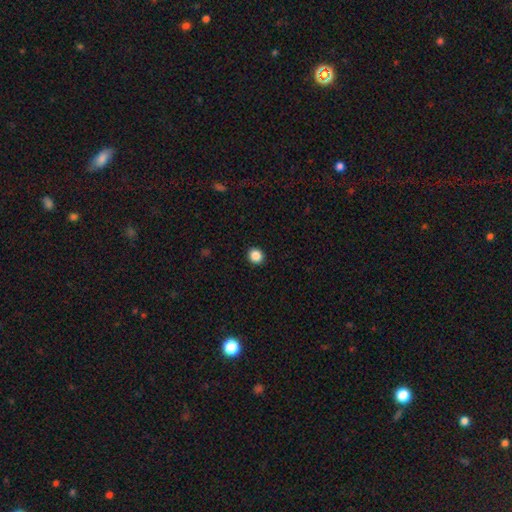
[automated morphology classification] Overall: smooth (87%). How rounded: round (86%). Merging: none (93%).